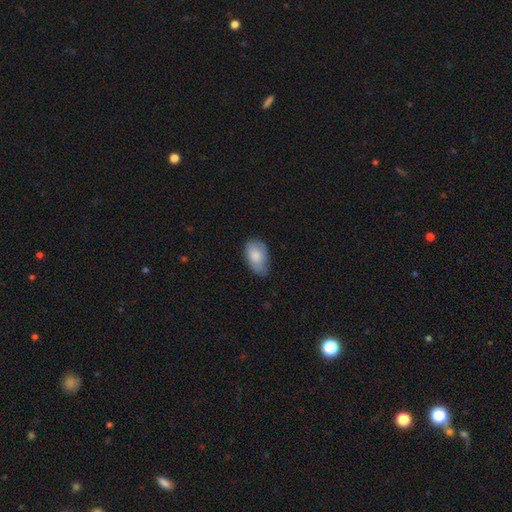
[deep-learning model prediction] Smooth or featured: smooth — 80% (featured or disk — 13%)
How rounded: in between — 92% (round — 6%)
Merging: none — 58% (minor disturbance — 34%)